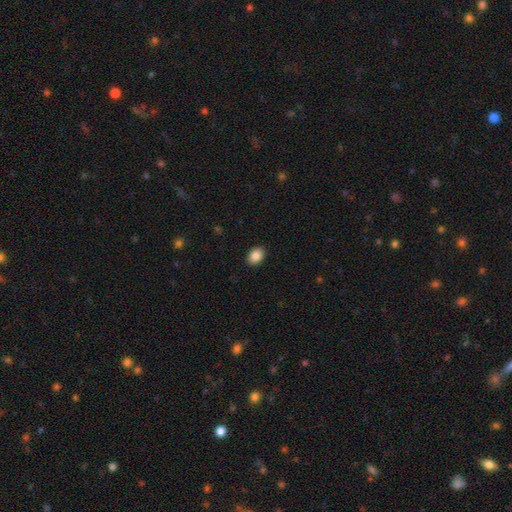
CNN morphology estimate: Smooth or featured: smooth — 87% (star or artifact — 8%)
How rounded: in between — 74% (round — 25%)
Merging: none — 91% (minor disturbance — 7%)